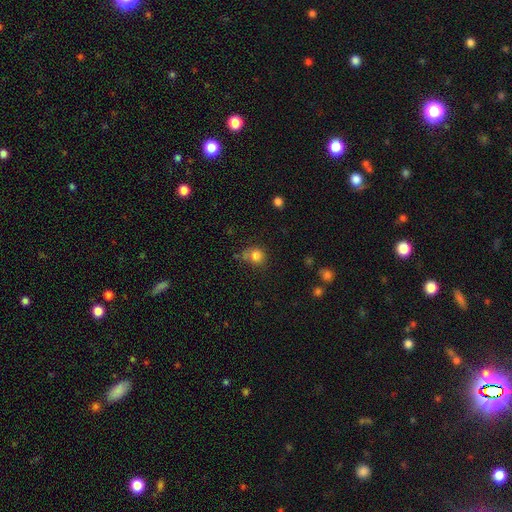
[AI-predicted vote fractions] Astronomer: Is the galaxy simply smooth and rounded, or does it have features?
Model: smooth — 81%.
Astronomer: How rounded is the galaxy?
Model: round — 78%.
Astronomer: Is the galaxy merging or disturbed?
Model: none — 58%.